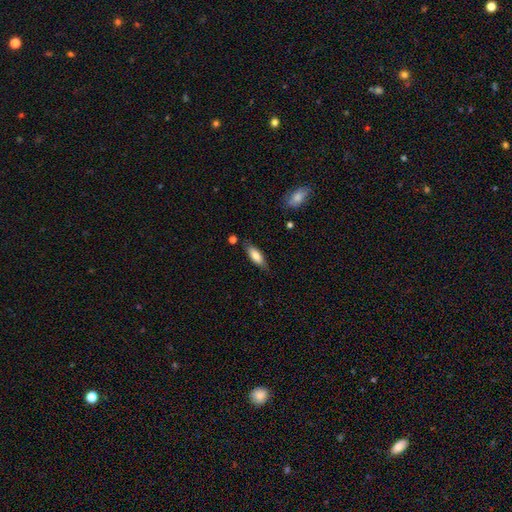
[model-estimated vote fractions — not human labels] The model was most divided on "how rounded": in between: 67%, cigar-shaped: 31%, round: 2%. More confident: smooth or featured — smooth (79%); merging — none (79%).